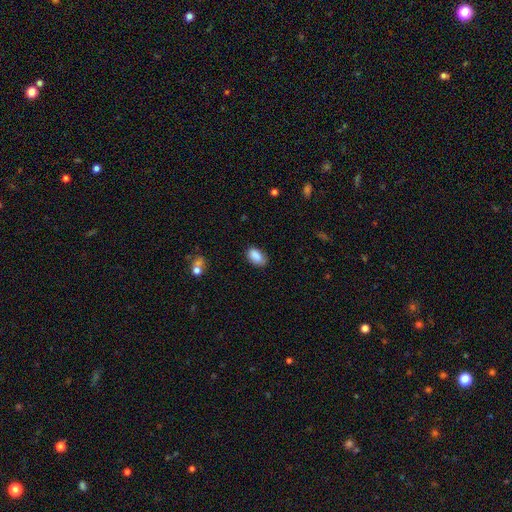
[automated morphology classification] The model was most divided on "merging": none: 73%, minor disturbance: 21%, major disturbance: 4%, merger: 2%. More confident: how rounded — in between (91%); smooth or featured — smooth (87%).